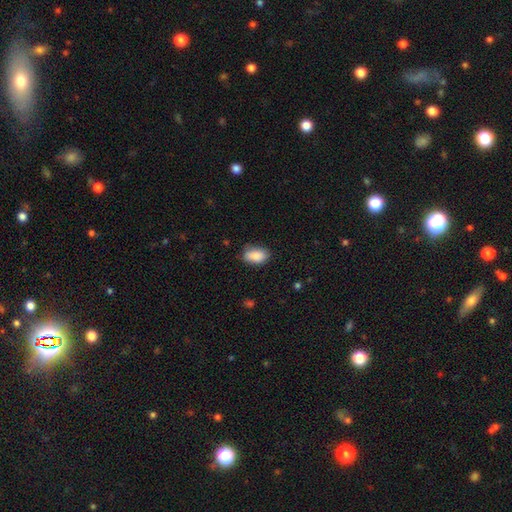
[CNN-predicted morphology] smooth_or_featured: smooth (p=0.88) [alt: star or artifact p=0.07]
how_rounded: in between (p=0.91) [alt: round p=0.07]
merging: none (p=0.78) [alt: minor disturbance p=0.18]